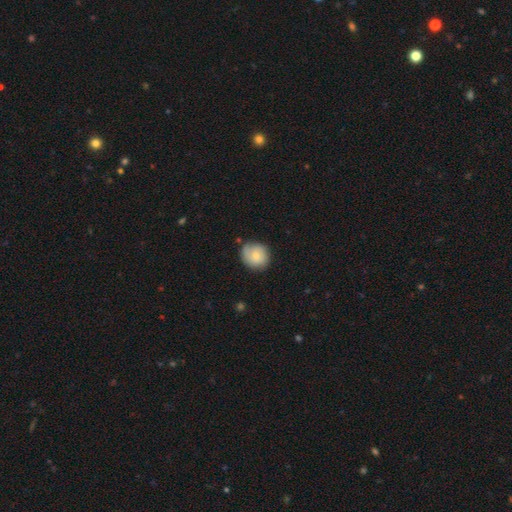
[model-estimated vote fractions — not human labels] Smooth or featured? Predicted: smooth (p=0.72). How rounded? Predicted: round (p=0.80). Merging? Predicted: none (p=0.70).